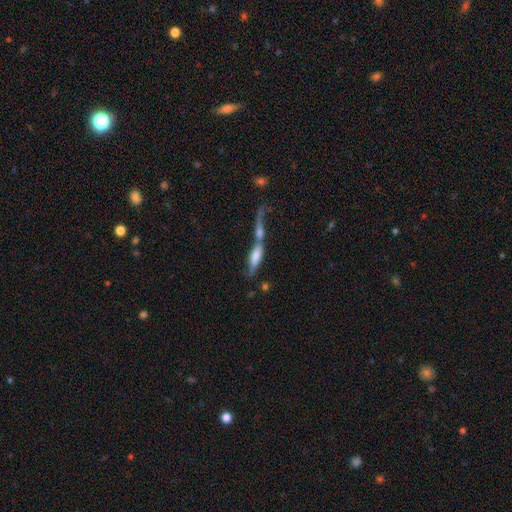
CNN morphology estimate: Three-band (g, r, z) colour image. It shows a smooth galaxy with no disk features (56%) that is cigar-shaped (53%). Merging: merger (70%).